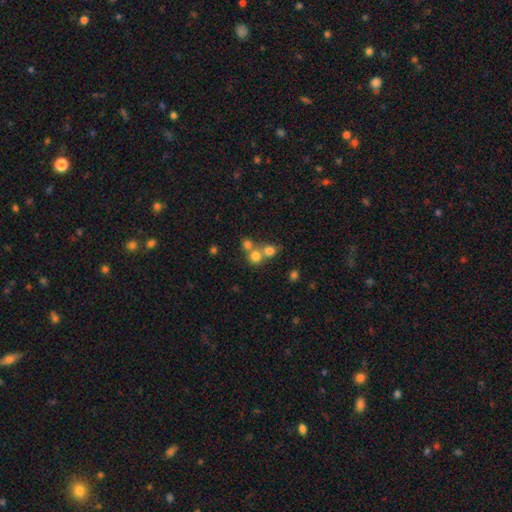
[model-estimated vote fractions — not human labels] A smooth galaxy with no disk features (72%) that is round (85%).

Vote fractions:
- Smooth or featured? smooth: 72% / star or artifact: 15% / featured or disk: 13%
- How rounded? round: 85% / in between: 14% / cigar-shaped: 1%
- Merging? merger: 50% / none: 41% / minor disturbance: 5% / major disturbance: 3%